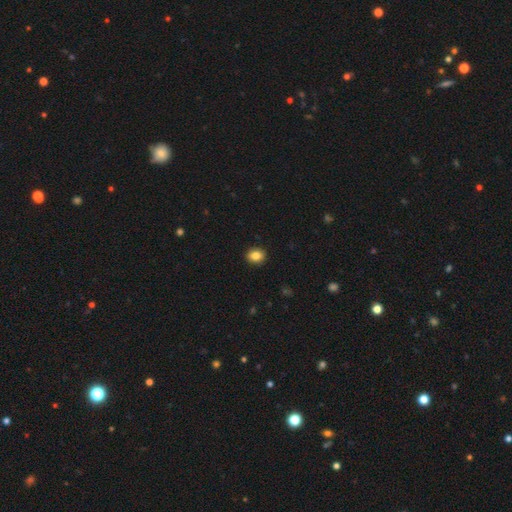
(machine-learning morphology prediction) Smooth or featured: smooth — 84% (star or artifact — 9%)
How rounded: round — 59% (in between — 40%)
Merging: none — 91% (minor disturbance — 6%)